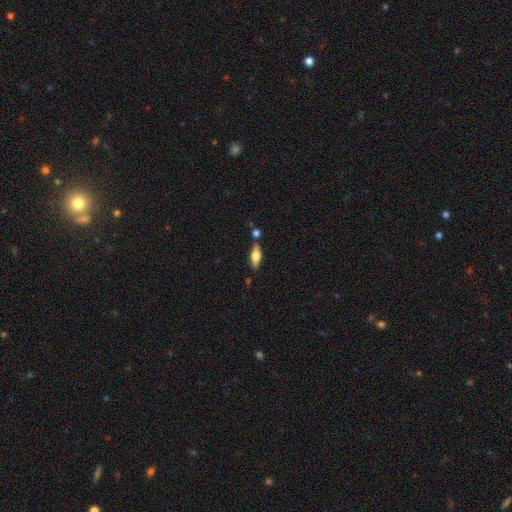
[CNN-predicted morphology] Smooth or featured? smooth (61%)
How rounded? in between (62%)
Merging? none (75%)